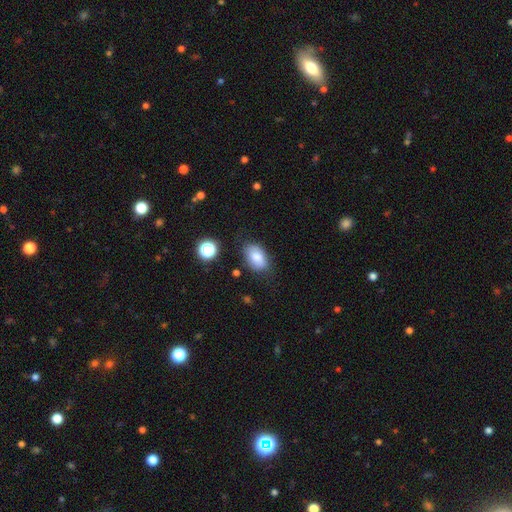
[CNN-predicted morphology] Overall: smooth (77%). How rounded: in between (88%). Merging: none (72%).